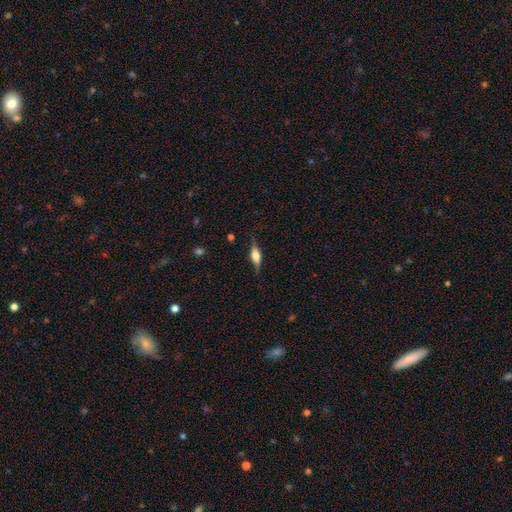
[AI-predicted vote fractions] featured or disk 59%, smooth 34%, star or artifact 7%. Down the decision tree: edge-on disk — yes (94%); edge-on bulge — rounded (85%); merging — none (80%).